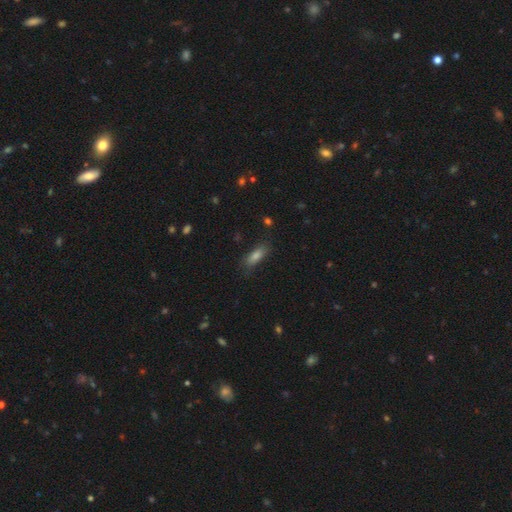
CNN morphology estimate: Smooth or featured?
  - smooth: 73% *
  - star or artifact: 14%
  - featured or disk: 13%
How rounded?
  - in between: 57% *
  - cigar-shaped: 40%
  - round: 3%
Merging?
  - none: 81% *
  - minor disturbance: 13%
  - major disturbance: 4%
  - merger: 2%